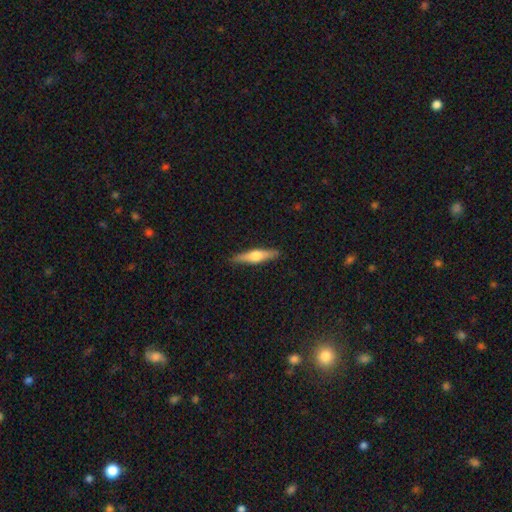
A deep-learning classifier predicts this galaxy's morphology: A featured or disk galaxy (55%) viewed edge-on (95%) with a rounded central bulge (91%). Merging: none (89%).